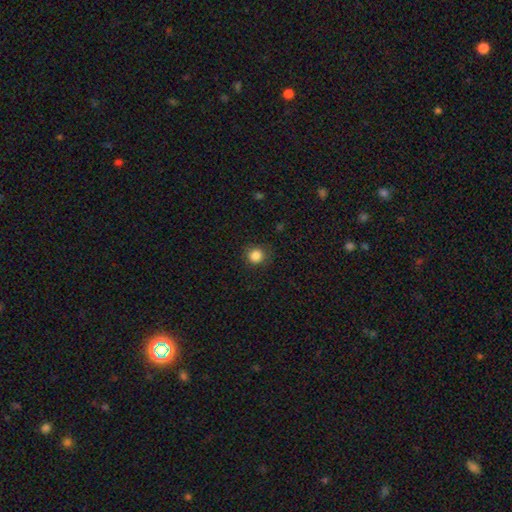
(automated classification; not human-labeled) Overall: smooth (86%). How rounded: round (90%). Merging: none (86%).